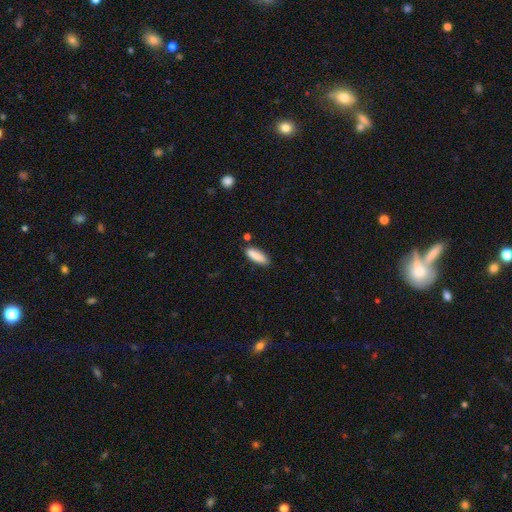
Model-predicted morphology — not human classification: A smooth galaxy with no disk features (87%) that is in between round and cigar-shaped (64%).

Vote fractions:
- Smooth or featured? smooth: 87% / featured or disk: 7% / star or artifact: 6%
- How rounded? in between: 64% / cigar-shaped: 34% / round: 2%
- Merging? none: 76% / minor disturbance: 15% / merger: 5% / major disturbance: 3%